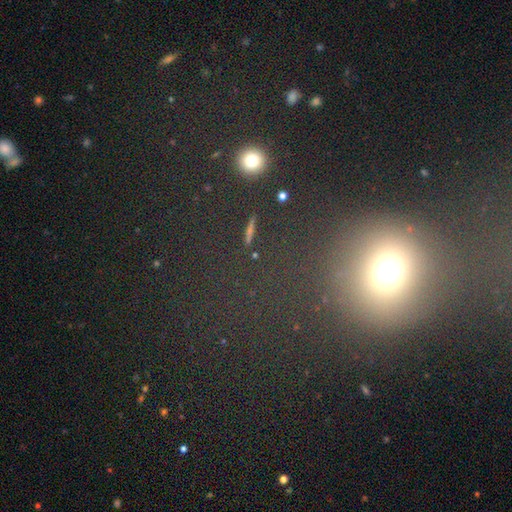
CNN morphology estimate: Smooth or featured? star or artifact (44%)